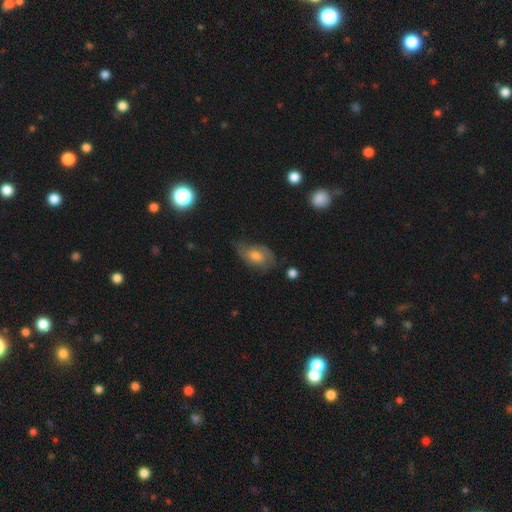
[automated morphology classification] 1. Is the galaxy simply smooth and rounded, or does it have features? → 47% smooth, 43% featured or disk, 10% star or artifact.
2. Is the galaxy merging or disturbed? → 56% none, 31% minor disturbance, 11% major disturbance, 2% merger.